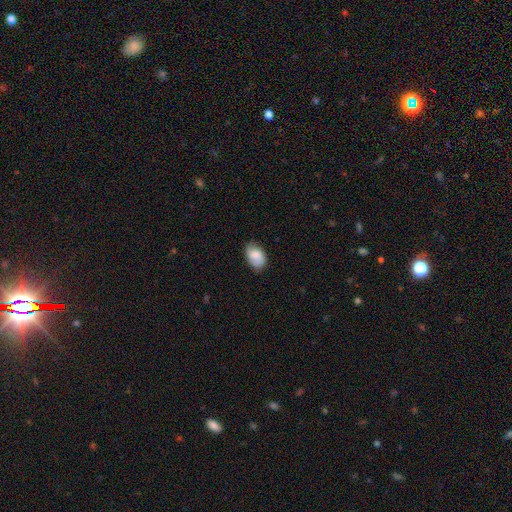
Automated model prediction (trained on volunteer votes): smooth_or_featured: smooth (p=0.69) [alt: featured or disk p=0.23]
how_rounded: in between (p=0.86) [alt: round p=0.12]
merging: none (p=0.70) [alt: minor disturbance p=0.23]